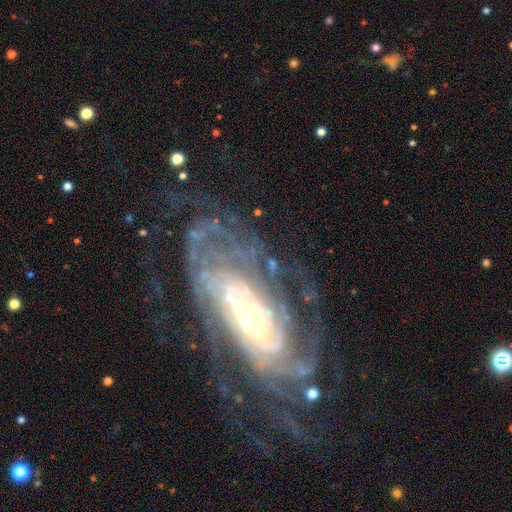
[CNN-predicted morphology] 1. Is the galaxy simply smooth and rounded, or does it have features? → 87% featured or disk, 7% star or artifact, 6% smooth.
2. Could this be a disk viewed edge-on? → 92% no, 8% yes.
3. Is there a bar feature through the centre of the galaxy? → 55% no, 26% weak, 19% strong.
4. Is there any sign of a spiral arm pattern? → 96% yes, 4% no.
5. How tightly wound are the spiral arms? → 72% tight, 23% medium, 6% loose.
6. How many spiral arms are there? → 36% can't tell, 16% 4, 15% more than 4, 13% 2, 12% 3, 7% 1.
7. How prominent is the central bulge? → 54% small, 30% moderate, 12% large, 2% dominant, 2% none.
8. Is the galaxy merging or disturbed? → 72% none, 15% minor disturbance, 11% major disturbance, 2% merger.